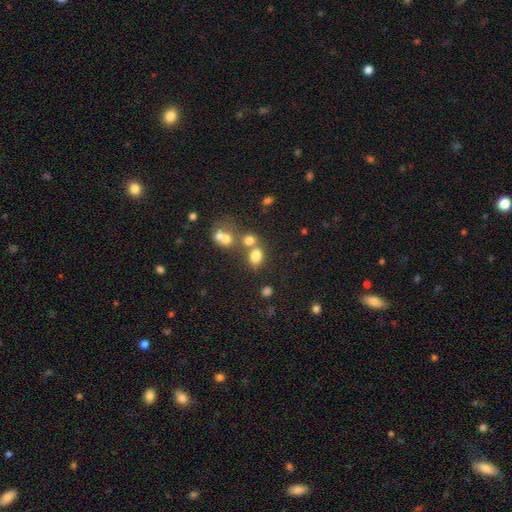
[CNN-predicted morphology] A smooth galaxy with no disk features (75%) that is in between round and cigar-shaped (66%).

Vote fractions:
- Smooth or featured? smooth: 75% / star or artifact: 14% / featured or disk: 10%
- How rounded? in between: 66% / round: 32% / cigar-shaped: 2%
- Merging? none: 51% / merger: 32% / minor disturbance: 12% / major disturbance: 6%